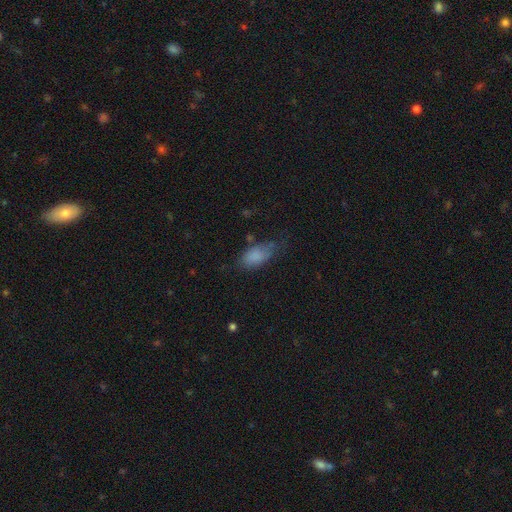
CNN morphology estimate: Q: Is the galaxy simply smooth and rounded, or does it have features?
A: smooth — 81%.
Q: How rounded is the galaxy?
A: in between — 89%.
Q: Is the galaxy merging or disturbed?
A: none — 49%.